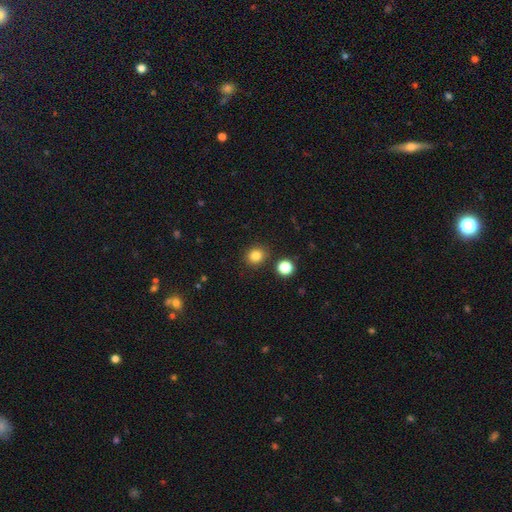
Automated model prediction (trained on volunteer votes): This appears to be a smooth galaxy with no disk features (83%) that is round (83%). Merging: none (86%).